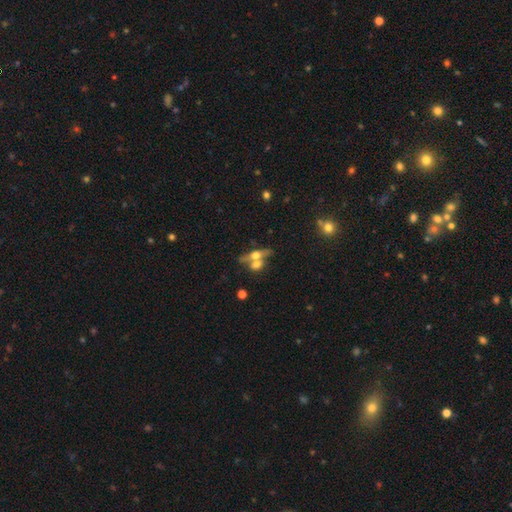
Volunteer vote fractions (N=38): featured or disk 74%, smooth 26%, star or artifact 0%. Down the decision tree: edge-on disk — yes (89%); edge-on bulge — rounded (96%); merging — merger (50%).